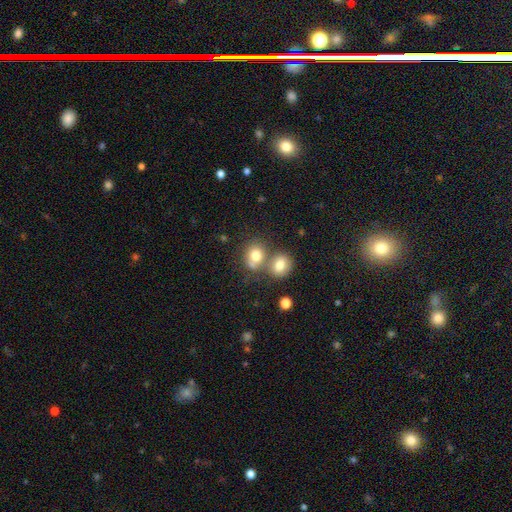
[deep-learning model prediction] Smooth or featured? smooth (77%)
How rounded? round (65%)
Merging? merger (45%)